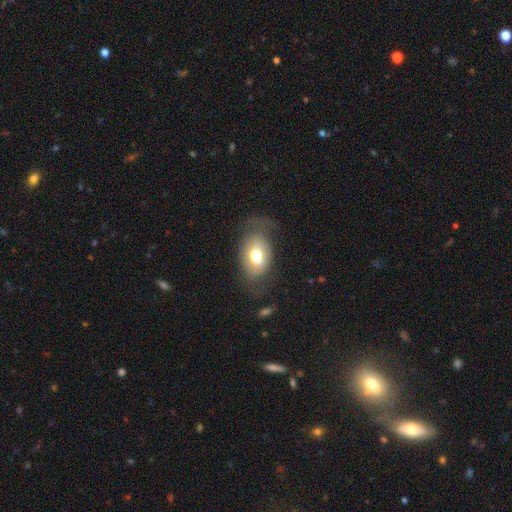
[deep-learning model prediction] A smooth galaxy with no disk features (64%) that is in between round and cigar-shaped (83%). Merging: none (59%).